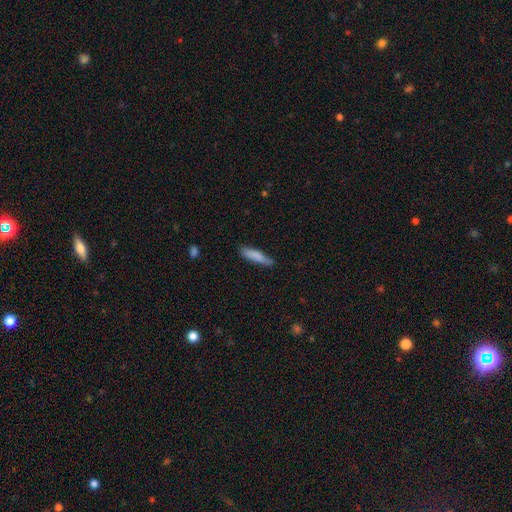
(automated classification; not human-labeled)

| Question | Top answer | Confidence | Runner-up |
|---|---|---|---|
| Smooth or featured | smooth | 82% | featured or disk (12%) |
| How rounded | cigar-shaped | 80% | in between (18%) |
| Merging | none | 78% | minor disturbance (18%) |